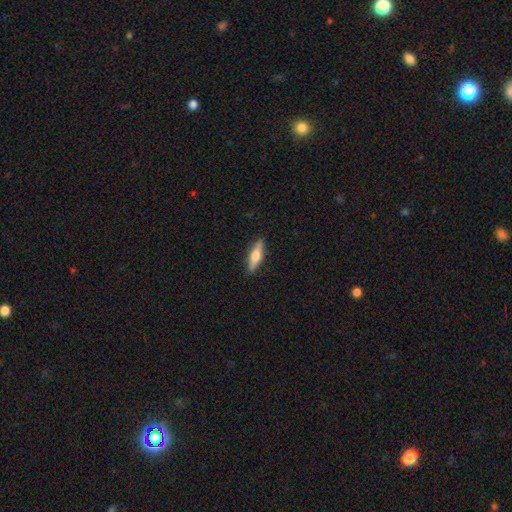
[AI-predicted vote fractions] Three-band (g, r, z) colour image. It shows a smooth galaxy with no disk features (49%). Merging: none (89%).